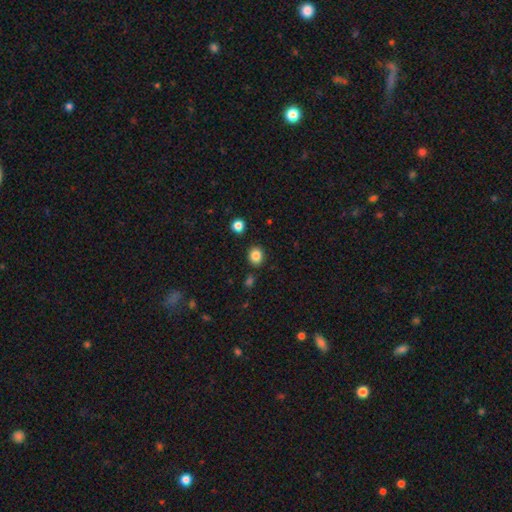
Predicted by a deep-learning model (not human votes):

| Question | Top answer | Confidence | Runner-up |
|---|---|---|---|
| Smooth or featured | smooth | 85% | star or artifact (11%) |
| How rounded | round | 67% | in between (32%) |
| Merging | none | 85% | minor disturbance (9%) |